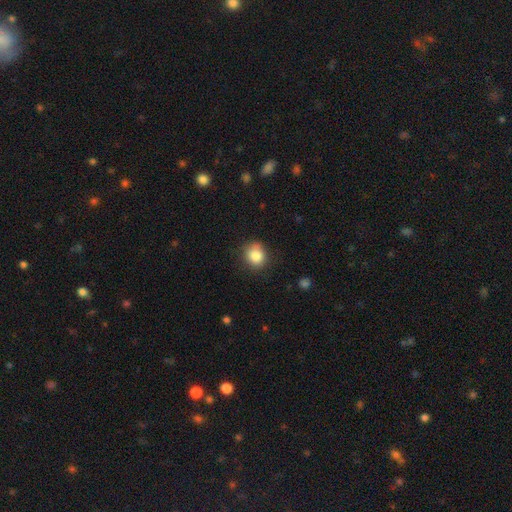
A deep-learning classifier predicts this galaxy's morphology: A smooth galaxy with no disk features (85%) that is round (73%).

Vote fractions:
- Smooth or featured? smooth: 85% / star or artifact: 9% / featured or disk: 6%
- How rounded? round: 73% / in between: 26% / cigar-shaped: 1%
- Merging? none: 79% / minor disturbance: 16% / major disturbance: 4% / merger: 1%